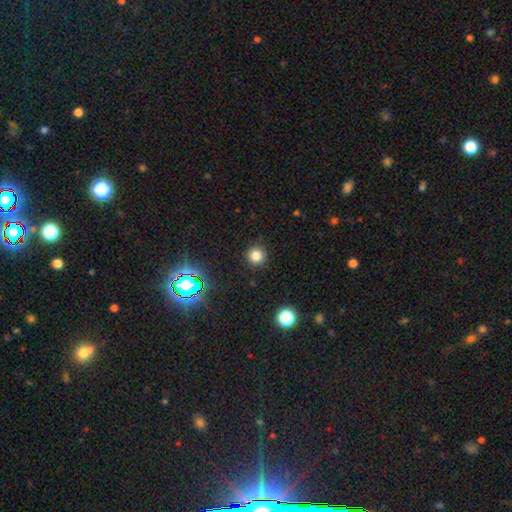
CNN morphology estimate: This is likely a smooth galaxy (79%). How rounded: clearly round (94%). Merging: clearly none (91%).